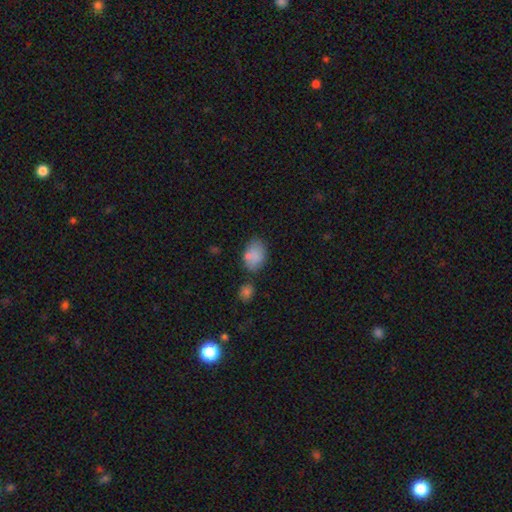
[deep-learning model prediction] Overall: smooth (82%). How rounded: in between (82%). Merging: none (60%; minor disturbance 20%).